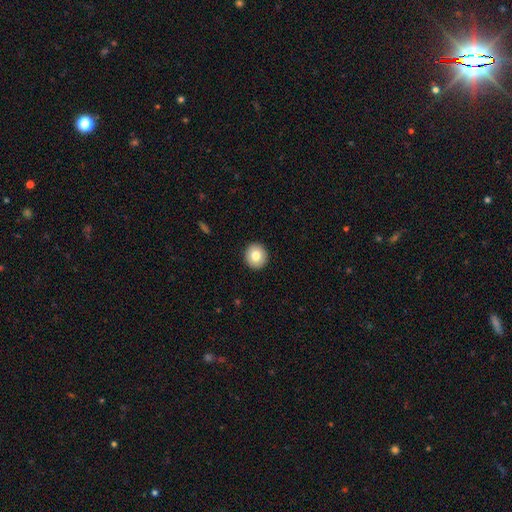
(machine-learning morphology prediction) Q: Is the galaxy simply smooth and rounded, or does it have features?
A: smooth — 80%.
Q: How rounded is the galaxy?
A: round — 89%.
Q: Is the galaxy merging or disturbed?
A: none — 92%.